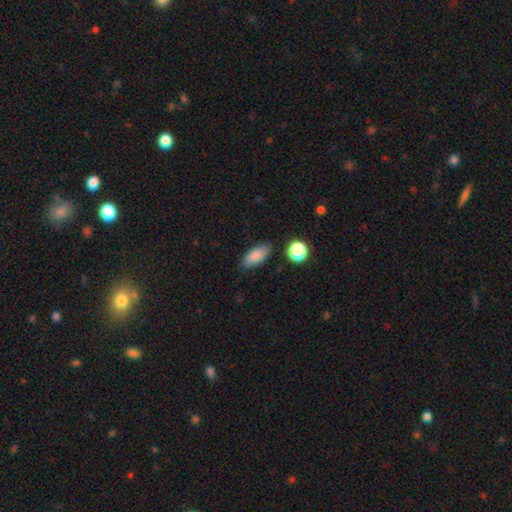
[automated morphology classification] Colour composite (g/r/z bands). It shows a smooth galaxy with no disk features (85%) that is in between round and cigar-shaped (86%). Merging: none (82%).